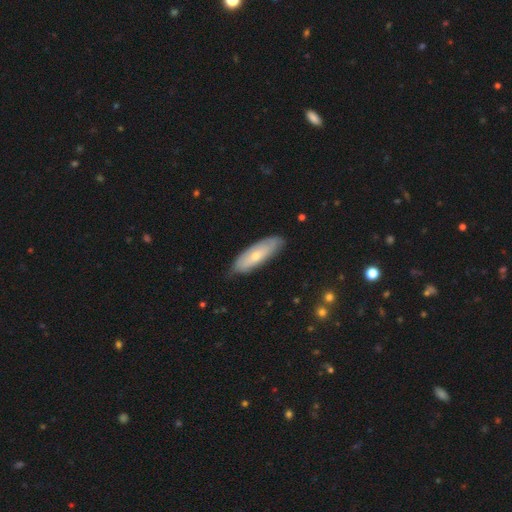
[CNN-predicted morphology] A smooth galaxy with no disk features (50%). Merging: none (77%).